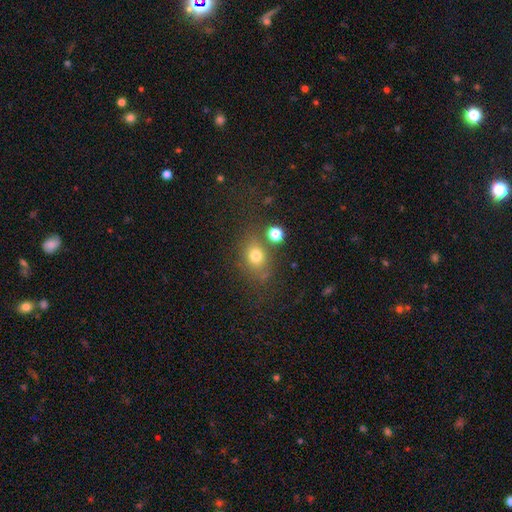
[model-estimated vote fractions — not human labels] A smooth galaxy with no disk features (74%) that is round (51%). Merging: none (66%).